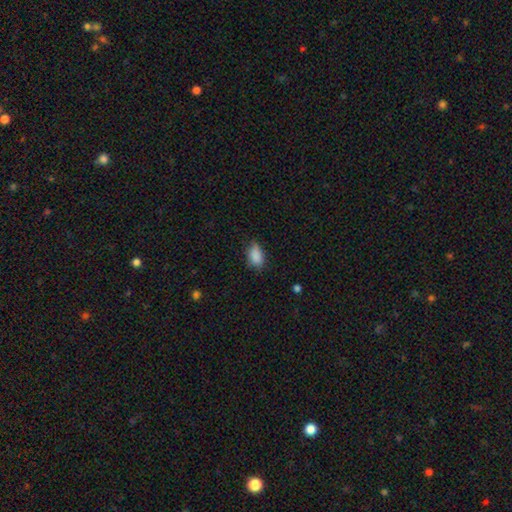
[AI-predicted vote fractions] smooth 87%, star or artifact 8%, featured or disk 5%. Down the decision tree: how rounded — in between (89%); merging — none (63%).